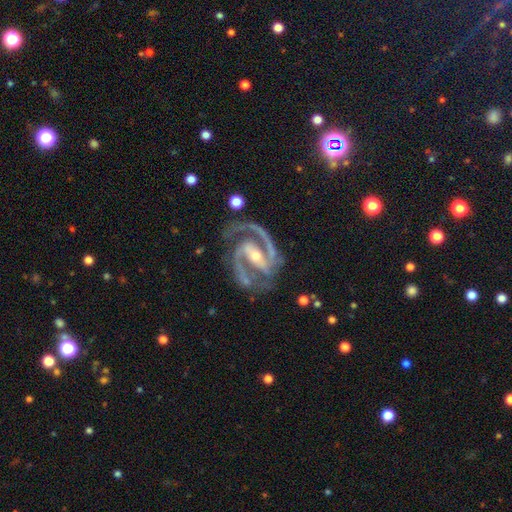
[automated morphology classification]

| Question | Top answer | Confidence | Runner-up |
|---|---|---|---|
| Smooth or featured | featured or disk | 94% | star or artifact (4%) |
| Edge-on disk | no | 98% | yes (2%) |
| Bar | strong | 63% | weak (25%) |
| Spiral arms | yes | 99% | no (1%) |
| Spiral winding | medium | 61% | tight (31%) |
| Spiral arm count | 2 | 89% | 3 (6%) |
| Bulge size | small | 51% | moderate (45%) |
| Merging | none | 73% | minor disturbance (16%) |